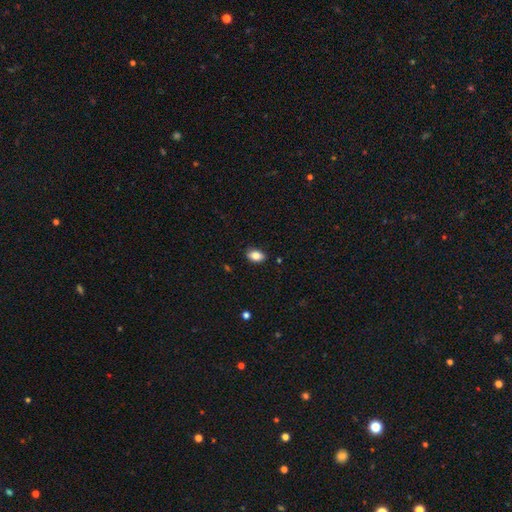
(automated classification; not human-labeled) This appears to be a smooth galaxy with no disk features (84%) that is in between round and cigar-shaped (88%). Merging: none (86%).